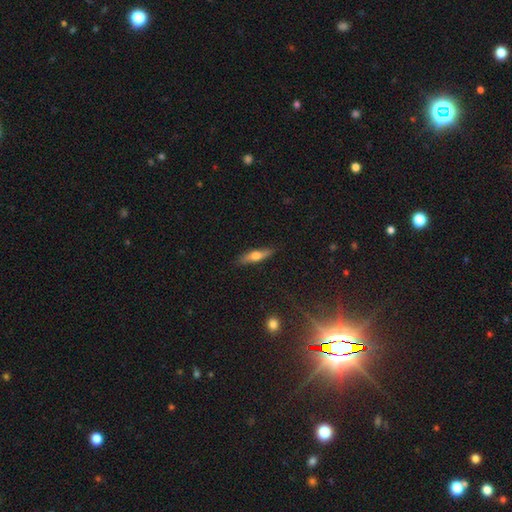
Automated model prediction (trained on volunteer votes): The model was most divided on "smooth or featured": smooth: 49%, featured or disk: 45%, star or artifact: 6%. More confident: merging — none (87%).